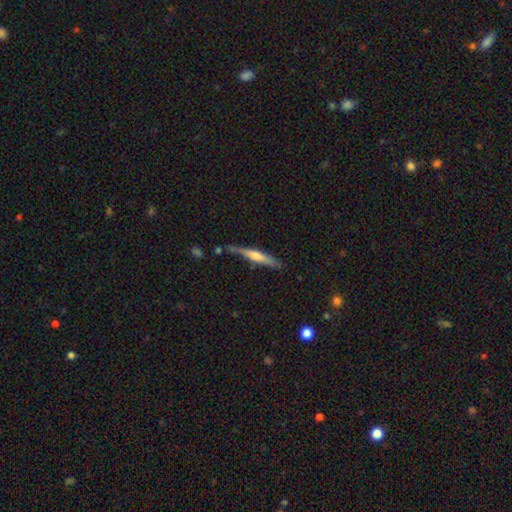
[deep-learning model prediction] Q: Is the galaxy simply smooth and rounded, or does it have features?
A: featured or disk — 51%.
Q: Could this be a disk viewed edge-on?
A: yes — 94%.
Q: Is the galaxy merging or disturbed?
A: none — 72%.